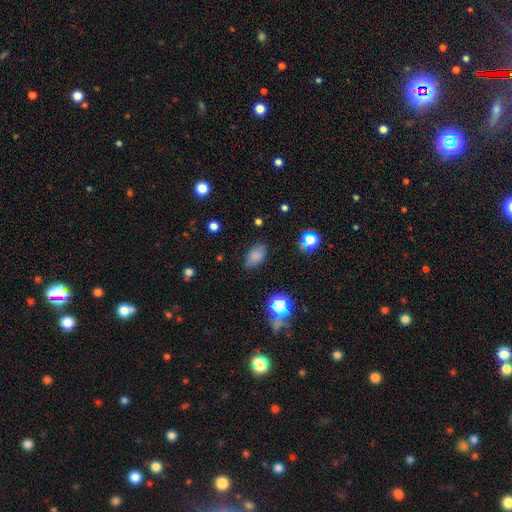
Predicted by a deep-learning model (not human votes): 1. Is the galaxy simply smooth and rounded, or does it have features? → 78% smooth, 12% star or artifact, 9% featured or disk.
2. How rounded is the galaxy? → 89% in between, 9% round, 2% cigar-shaped.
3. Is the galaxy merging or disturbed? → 77% none, 17% minor disturbance, 4% major disturbance, 2% merger.